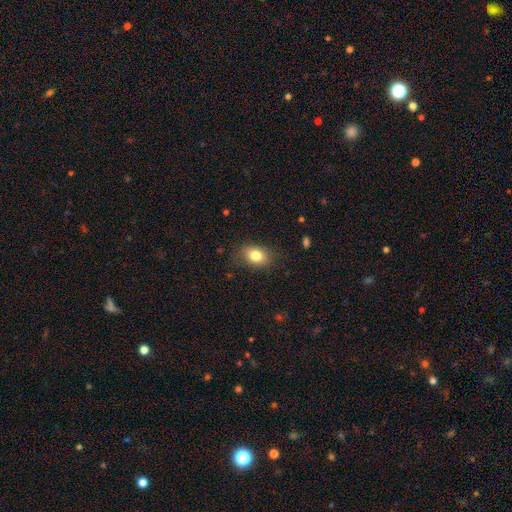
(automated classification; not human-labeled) This appears to be a smooth galaxy with no disk features (80%) that is in between round and cigar-shaped (74%). Merging: none (82%).